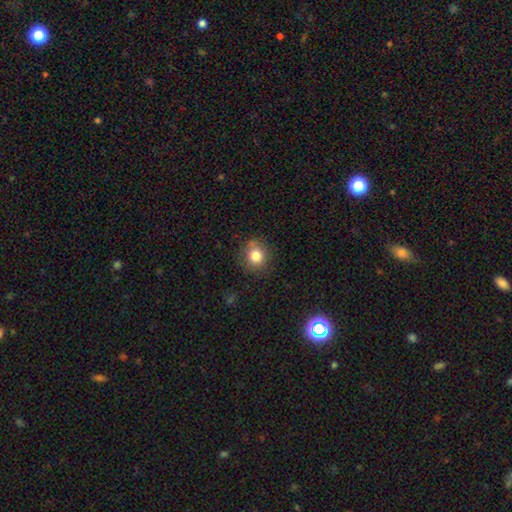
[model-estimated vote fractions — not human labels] Smooth or featured? smooth (81%)
How rounded? round (86%)
Merging? none (79%)